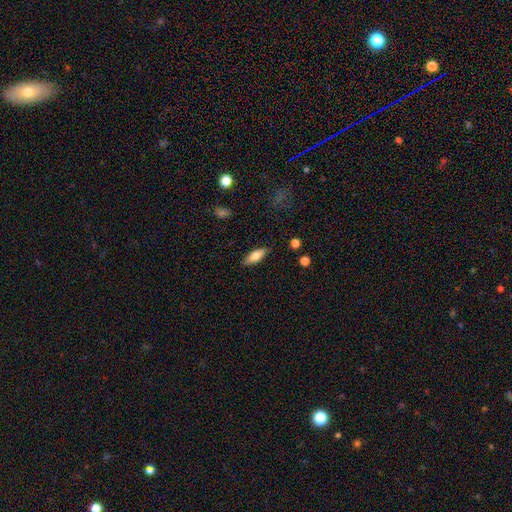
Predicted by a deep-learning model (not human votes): A smooth galaxy with no disk features (71%) that is in between round and cigar-shaped (65%). Merging: none (86%).